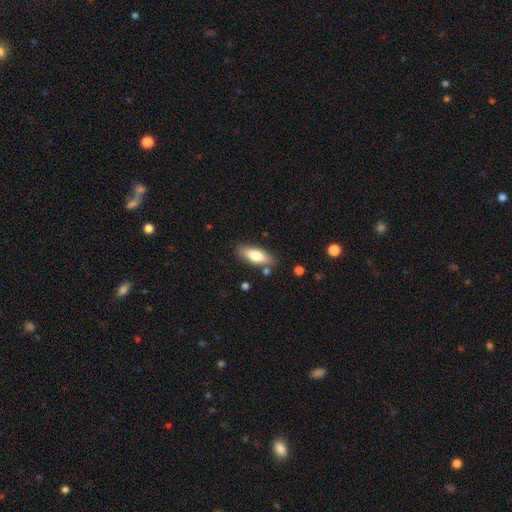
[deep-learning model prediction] Morphology: type=smooth (73%); roundness=in between (64%); merging=none (82%).